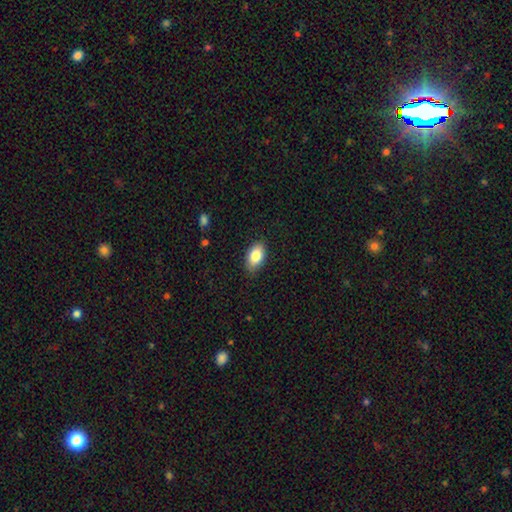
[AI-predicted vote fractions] A smooth galaxy with no disk features (84%) that is in between round and cigar-shaped (92%).

Vote fractions:
- Smooth or featured? smooth: 84% / featured or disk: 9% / star or artifact: 7%
- How rounded? in between: 92% / round: 6% / cigar-shaped: 2%
- Merging? none: 85% / minor disturbance: 12% / major disturbance: 2% / merger: 1%